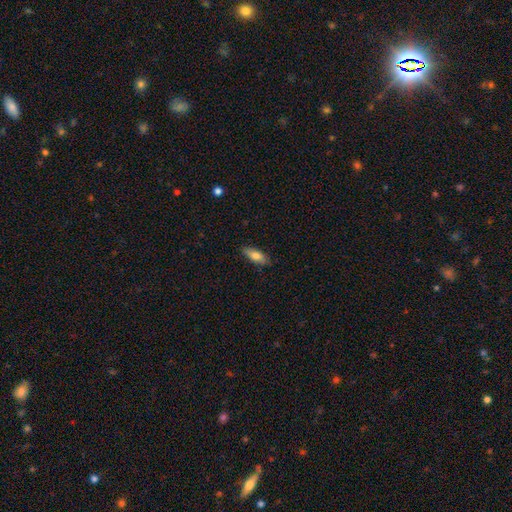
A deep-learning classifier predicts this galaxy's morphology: smooth 76%, featured or disk 18%, star or artifact 7%. Down the decision tree: how rounded — in between (66%); merging — none (83%).